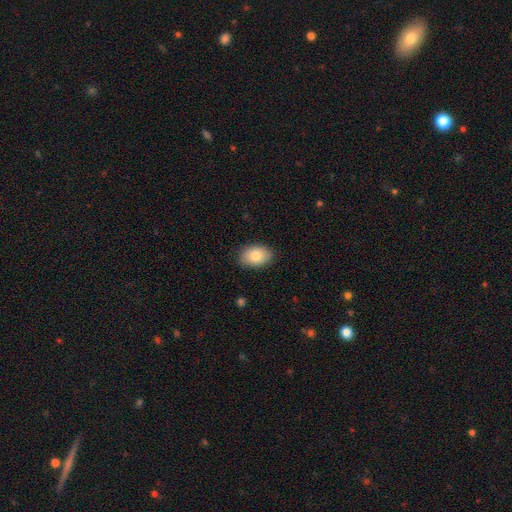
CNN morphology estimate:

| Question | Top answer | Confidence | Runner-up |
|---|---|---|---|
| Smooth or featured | smooth | 83% | featured or disk (10%) |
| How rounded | in between | 86% | round (13%) |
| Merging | none | 87% | minor disturbance (10%) |